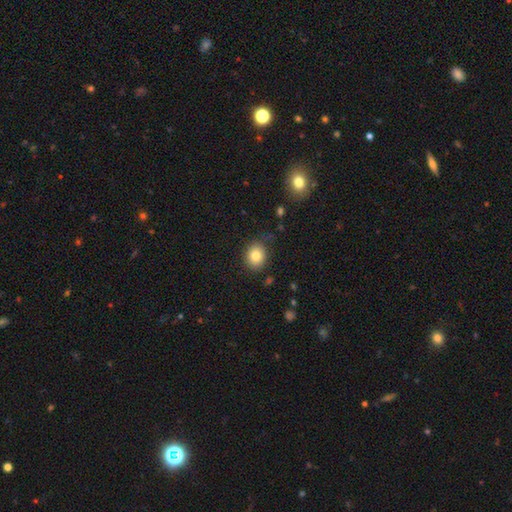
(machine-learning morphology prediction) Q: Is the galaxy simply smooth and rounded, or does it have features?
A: smooth — 82%.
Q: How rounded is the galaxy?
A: round — 66%.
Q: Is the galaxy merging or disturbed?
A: none — 81%.